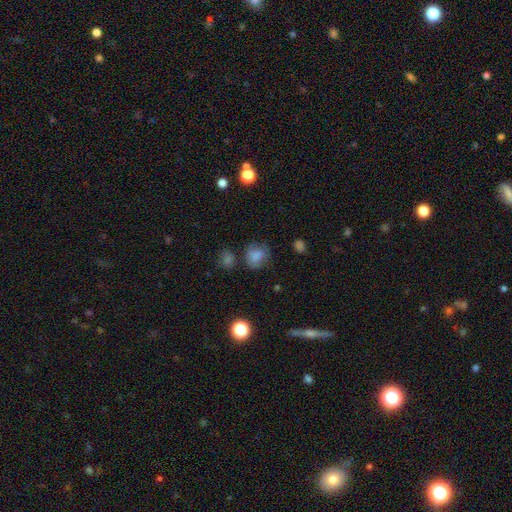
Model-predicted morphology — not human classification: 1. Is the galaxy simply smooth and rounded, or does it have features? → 76% smooth, 13% star or artifact, 11% featured or disk.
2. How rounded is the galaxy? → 68% round, 31% in between, 1% cigar-shaped.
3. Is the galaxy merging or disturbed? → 64% none, 22% minor disturbance, 9% major disturbance, 6% merger.